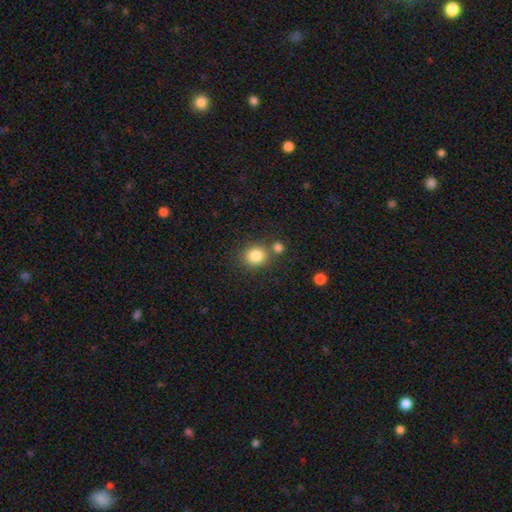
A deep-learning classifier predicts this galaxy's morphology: Smooth or featured? Predicted: smooth (p=0.83). How rounded? Predicted: round (p=0.79). Merging? Predicted: none (p=0.71).